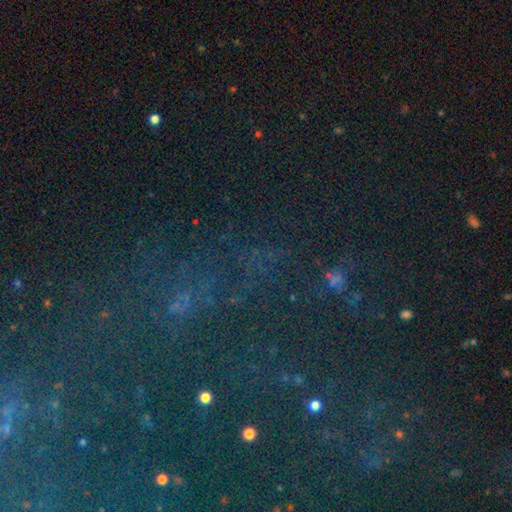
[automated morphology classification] Smooth or featured? star or artifact (74%)